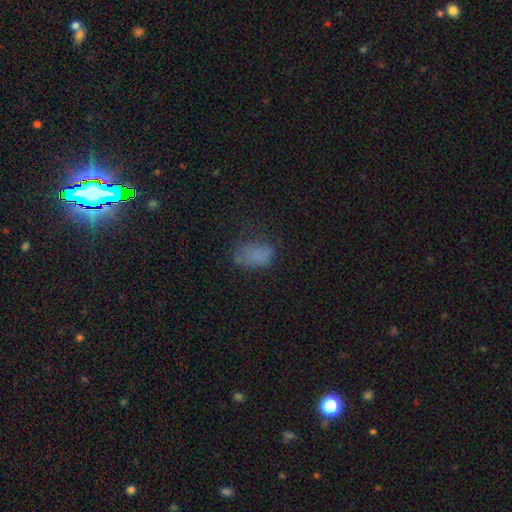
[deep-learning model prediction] smooth_or_featured: smooth (p=0.67) [alt: star or artifact p=0.17]
how_rounded: in between (p=0.82) [alt: round p=0.16]
merging: none (p=0.42) [alt: minor disturbance p=0.28]